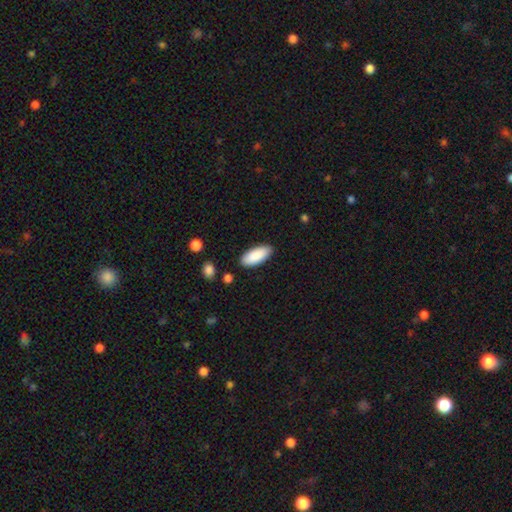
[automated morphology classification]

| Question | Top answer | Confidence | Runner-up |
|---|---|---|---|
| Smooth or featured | smooth | 90% | star or artifact (6%) |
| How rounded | in between | 84% | cigar-shaped (15%) |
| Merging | none | 87% | minor disturbance (9%) |